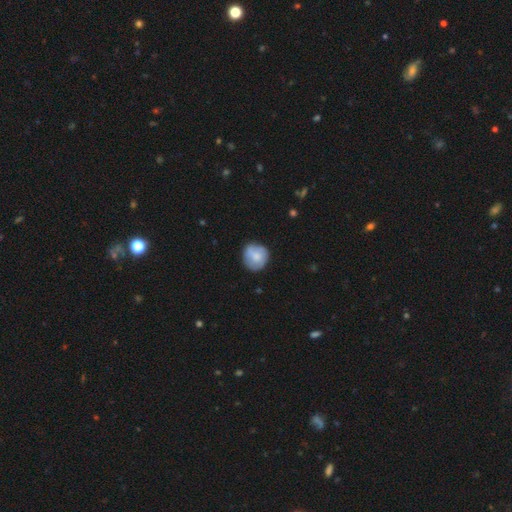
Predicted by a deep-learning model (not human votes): A smooth galaxy with no disk features (69%) that is round (84%).

Vote fractions:
- Smooth or featured? smooth: 69% / featured or disk: 24% / star or artifact: 7%
- How rounded? round: 84% / in between: 15% / cigar-shaped: 1%
- Merging? none: 72% / minor disturbance: 21% / major disturbance: 5% / merger: 2%